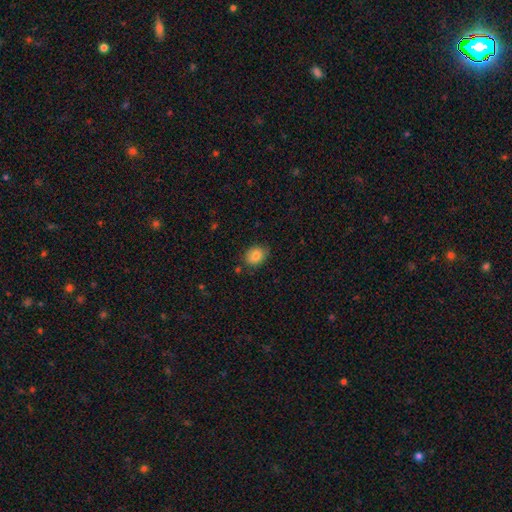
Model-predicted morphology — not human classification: A smooth galaxy with no disk features (83%) that is in between round and cigar-shaped (54%). Merging: none (80%).